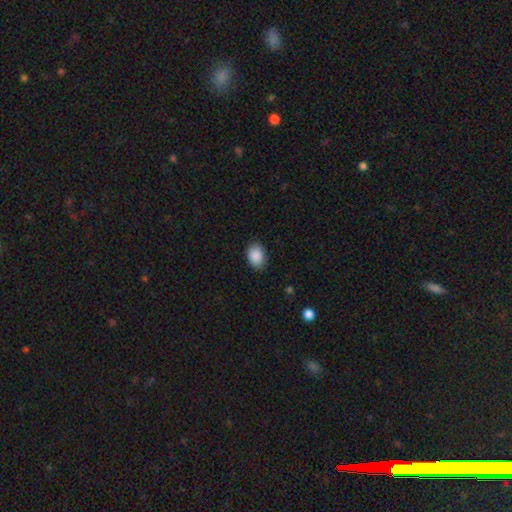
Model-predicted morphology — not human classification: The model was most divided on "how rounded": in between: 75%, round: 24%, cigar-shaped: 1%. More confident: smooth or featured — smooth (90%); merging — none (85%).